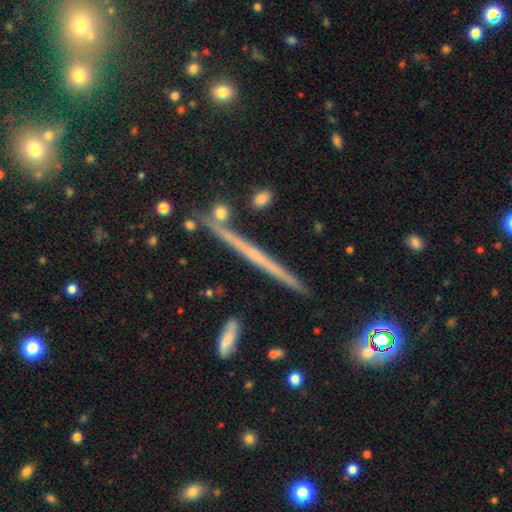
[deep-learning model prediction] The model was most divided on "smooth or featured": featured or disk: 65%, smooth: 25%, star or artifact: 11%. More confident: edge-on disk — yes (97%); merging — none (87%); edge-on bulge — none (74%).